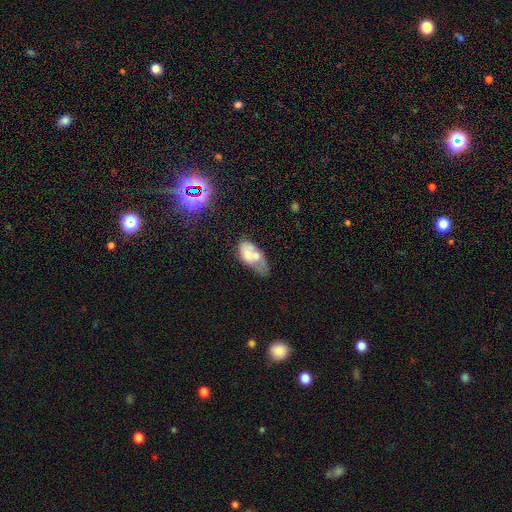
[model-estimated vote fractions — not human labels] smooth-or-featured: smooth: 51% | featured or disk: 39% | star or artifact: 9%
  how-rounded: in between: 88% | round: 8% | cigar-shaped: 4%
  merging: merger: 48% | none: 18% | minor disturbance: 17% | major disturbance: 17%